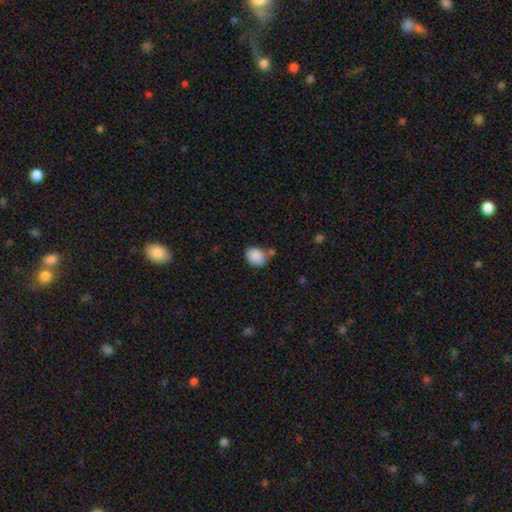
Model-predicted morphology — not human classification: This appears to be a smooth galaxy with no disk features (88%) that is in between round and cigar-shaped (57%). Merging: none (65%).